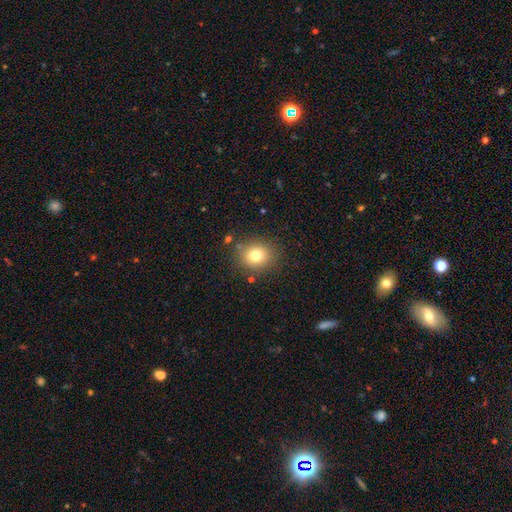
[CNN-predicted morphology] Smooth or featured: smooth — 77% (star or artifact — 13%)
How rounded: round — 74% (in between — 25%)
Merging: none — 83% (minor disturbance — 10%)